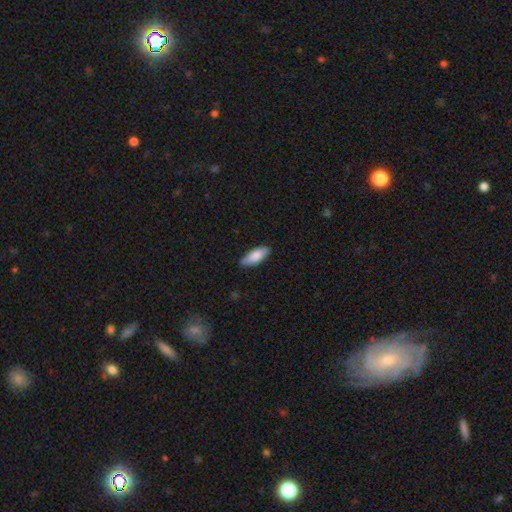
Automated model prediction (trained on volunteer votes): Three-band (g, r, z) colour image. It shows a smooth galaxy with no disk features (81%) that is in between round and cigar-shaped (76%). Merging: none (84%).